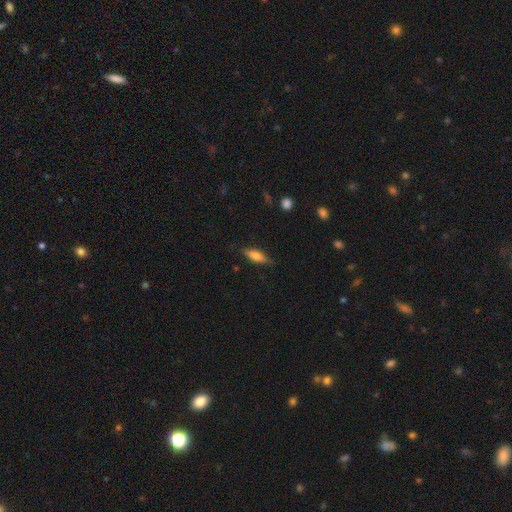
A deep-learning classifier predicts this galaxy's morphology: The model was most divided on "how rounded": cigar-shaped: 50%, in between: 47%, round: 3%. More confident: merging — none (80%); smooth or featured — smooth (59%).